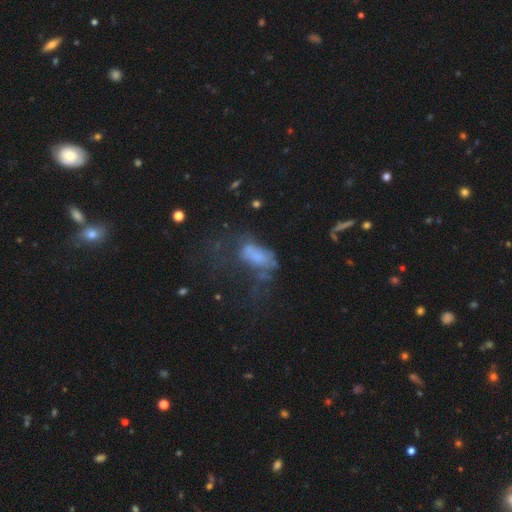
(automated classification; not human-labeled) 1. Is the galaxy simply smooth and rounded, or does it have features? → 48% smooth, 34% featured or disk, 18% star or artifact.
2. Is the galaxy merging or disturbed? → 50% major disturbance, 21% none, 16% minor disturbance, 12% merger.